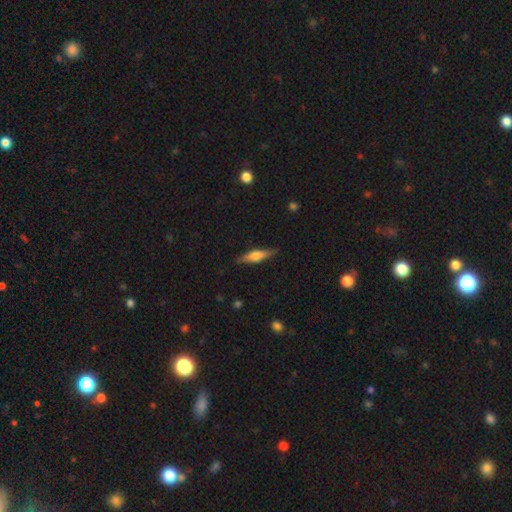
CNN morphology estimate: The model was most divided on "smooth or featured": featured or disk: 53%, smooth: 41%, star or artifact: 6%. More confident: edge-on disk — yes (95%); merging — none (87%); edge-on bulge — rounded (82%).